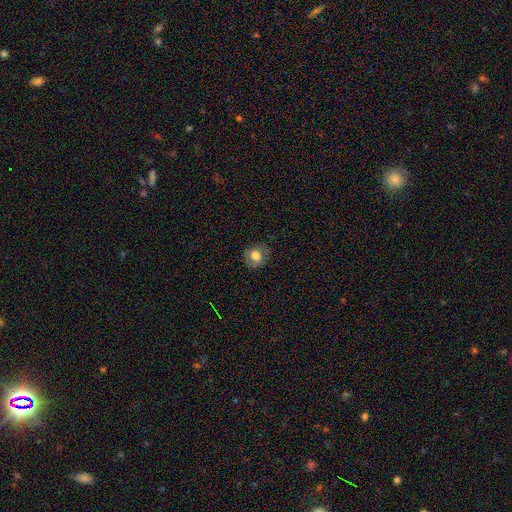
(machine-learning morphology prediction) Smooth or featured? Predicted: smooth (p=0.74). How rounded? Predicted: round (p=0.78). Merging? Predicted: none (p=0.79).